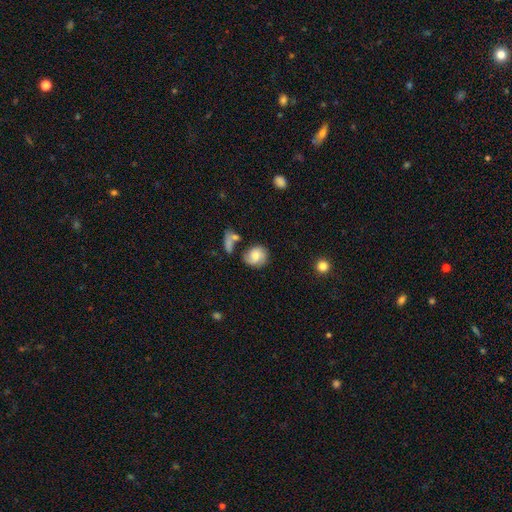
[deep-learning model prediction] Smooth or featured? Predicted: smooth (p=0.58). How rounded? Predicted: round (p=0.70). Merging? Predicted: none (p=0.56).